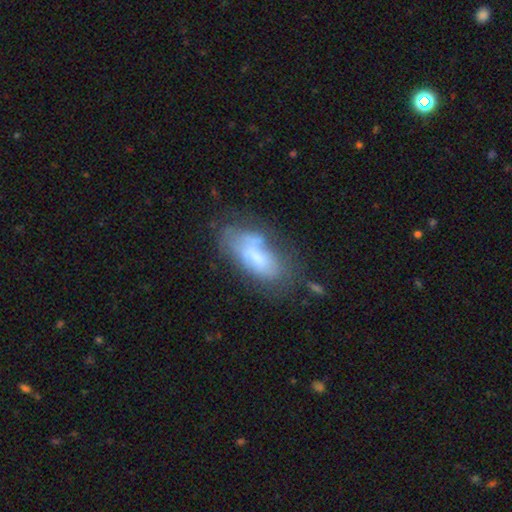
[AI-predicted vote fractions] This appears to be a smooth galaxy with no disk features (54%) that is in between round and cigar-shaped (87%). Merging: none (42%).